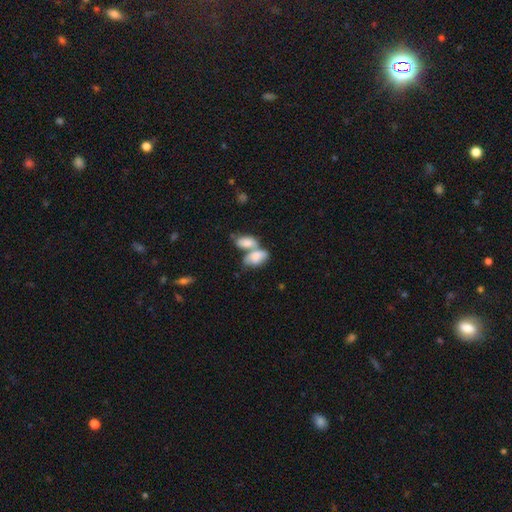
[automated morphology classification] smooth 77%, featured or disk 16%, star or artifact 7%. Down the decision tree: how rounded — in between (92%); merging — merger (68%).